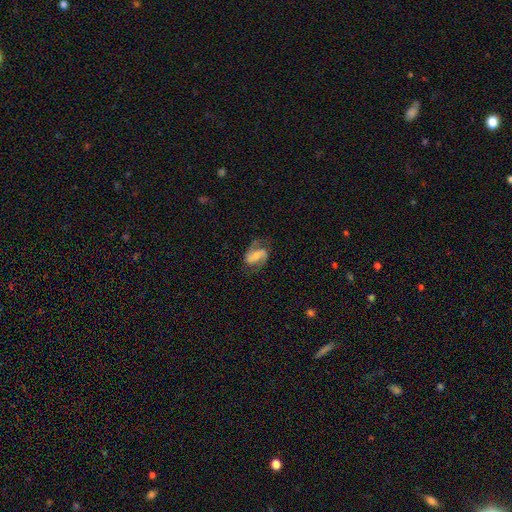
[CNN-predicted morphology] A featured or disk galaxy (76%) with a weak bar (38%), 2 (90%) medium (49%) spiral arms (94%) and a small central bulge (44%).

Vote fractions:
- Smooth or featured? featured or disk: 76% / smooth: 17% / star or artifact: 7%
- Edge-on disk? no: 97% / yes: 3%
- Bar? weak: 38% / strong: 34% / no: 28%
- Spiral arms? yes: 94% / no: 6%
- Spiral winding? medium: 49% / loose: 33% / tight: 18%
- Spiral arm count? 2: 90% / can't tell: 4% / 1: 4% / 3: 1% / 4: 1% / more than 4: 1%
- Bulge size? small: 44% / moderate: 34% / none: 14% / large: 7% / dominant: 2%
- Merging? none: 69% / minor disturbance: 18% / major disturbance: 11% / merger: 2%